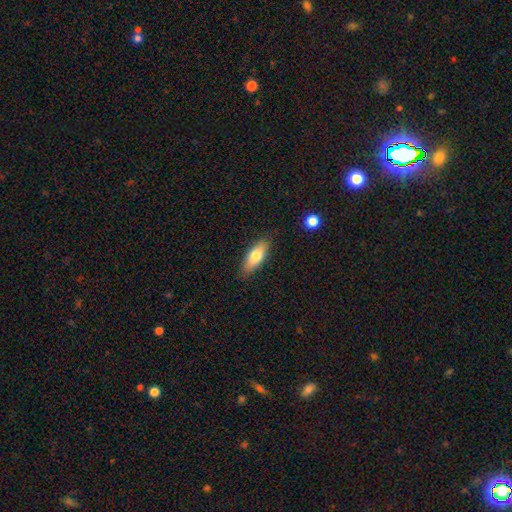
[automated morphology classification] Smooth or featured?
  - smooth: 73% *
  - featured or disk: 20%
  - star or artifact: 7%
How rounded?
  - in between: 69% *
  - cigar-shaped: 28%
  - round: 3%
Merging?
  - none: 85% *
  - minor disturbance: 11%
  - major disturbance: 2%
  - merger: 1%